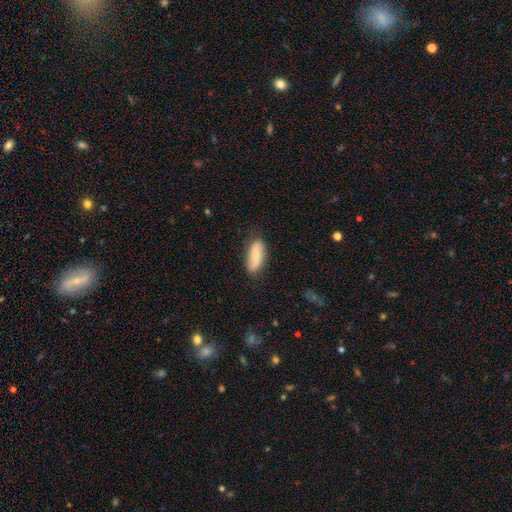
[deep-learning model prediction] A smooth galaxy with no disk features (60%) that is in between round and cigar-shaped (81%).

Vote fractions:
- Smooth or featured? smooth: 60% / featured or disk: 33% / star or artifact: 6%
- How rounded? in between: 81% / cigar-shaped: 17% / round: 3%
- Merging? none: 78% / minor disturbance: 17% / major disturbance: 3% / merger: 1%